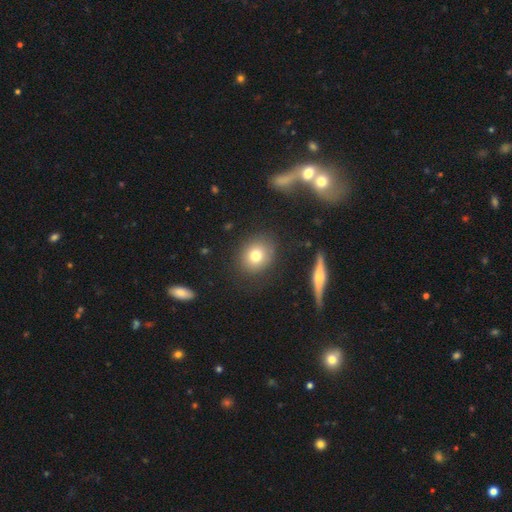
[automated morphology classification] The model was most divided on "how rounded": round: 70%, in between: 29%, cigar-shaped: 1%. More confident: merging — none (84%); smooth or featured — smooth (76%).